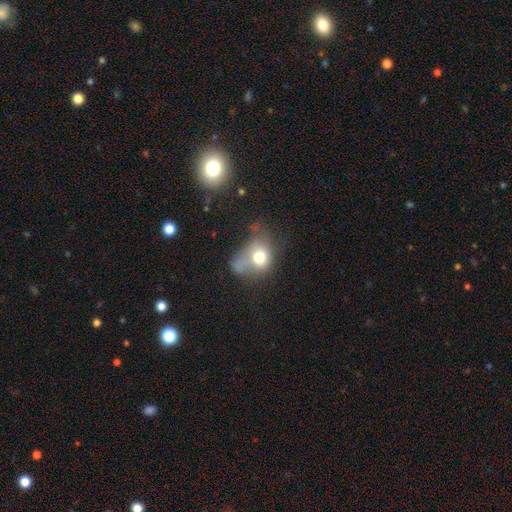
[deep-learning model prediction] Q: Smooth or featured?
A: smooth (65%); runner-up: featured or disk (19%)
Q: How rounded?
A: round (62%); runner-up: in between (37%)
Q: Merging?
A: none (31%); runner-up: major disturbance (28%)